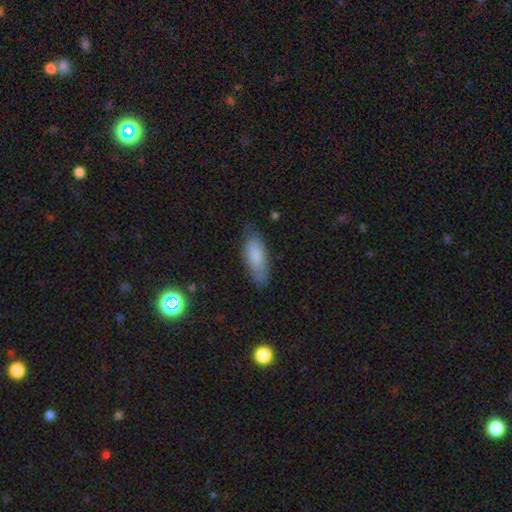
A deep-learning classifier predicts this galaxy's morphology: Q: Smooth or featured?
A: smooth (81%); runner-up: featured or disk (12%)
Q: How rounded?
A: in between (71%); runner-up: cigar-shaped (27%)
Q: Merging?
A: none (75%); runner-up: minor disturbance (20%)